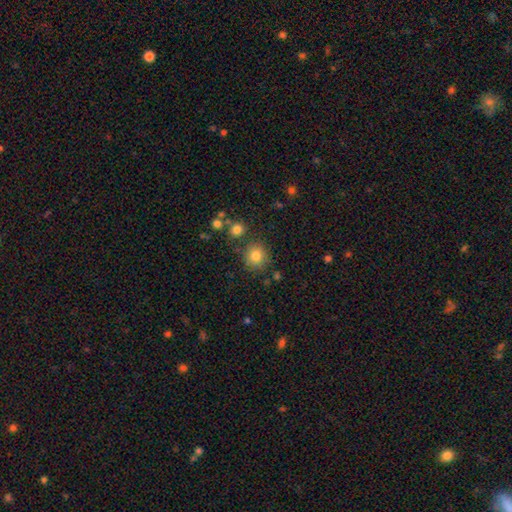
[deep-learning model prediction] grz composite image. It shows a smooth galaxy with no disk features (82%) that is round (88%). Merging: none (82%).